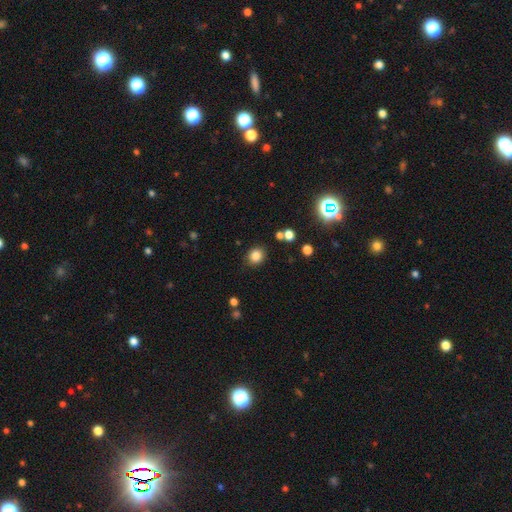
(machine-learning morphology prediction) This is clearly a smooth galaxy (83%). How rounded: likely round (75%). Merging: clearly none (85%).